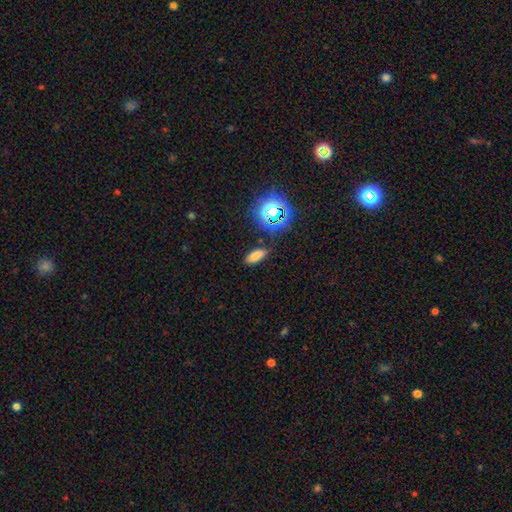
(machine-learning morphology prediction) Smooth or featured?
  - smooth: 72% *
  - star or artifact: 21%
  - featured or disk: 7%
How rounded?
  - in between: 75% *
  - cigar-shaped: 20%
  - round: 5%
Merging?
  - none: 81% *
  - minor disturbance: 13%
  - major disturbance: 4%
  - merger: 3%